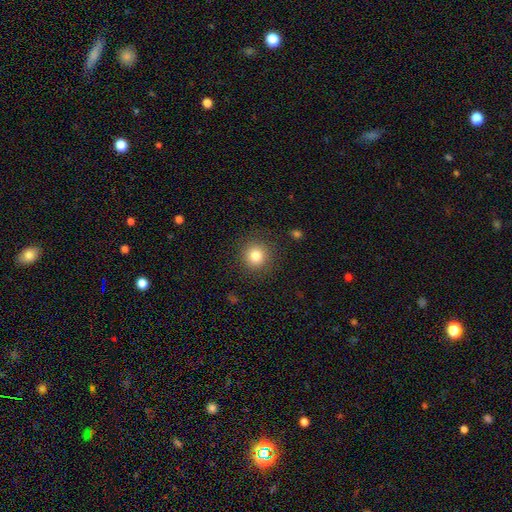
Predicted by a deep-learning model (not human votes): A smooth galaxy with no disk features (81%) that is round (93%). Merging: none (89%).